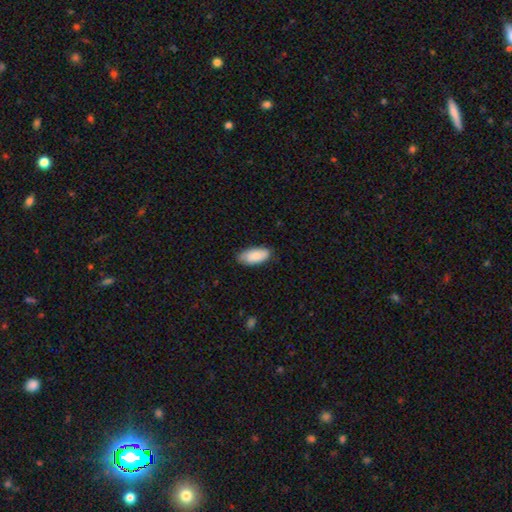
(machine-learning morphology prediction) Smooth or featured? Predicted: smooth (p=0.86). How rounded? Predicted: in between (p=0.92). Merging? Predicted: none (p=0.79).